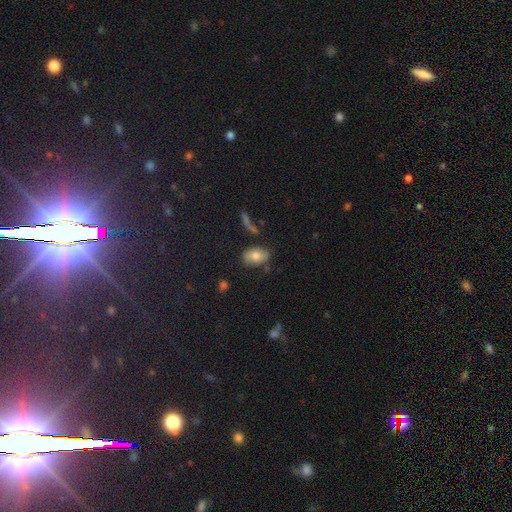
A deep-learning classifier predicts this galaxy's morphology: type=smooth (75%); roundness=in between (88%); merging=none (72%).